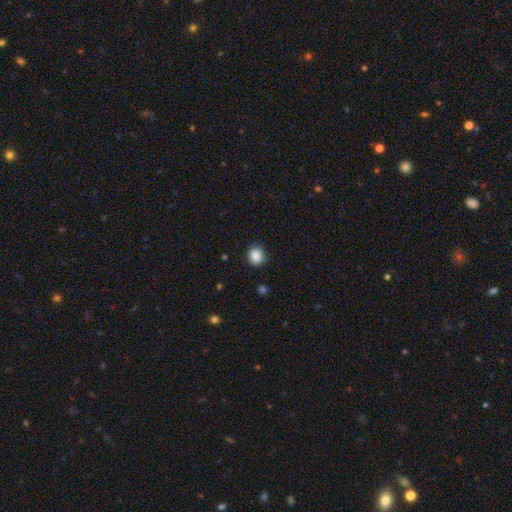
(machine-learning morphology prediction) smooth_or_featured: smooth (p=0.87) [alt: star or artifact p=0.09]
how_rounded: round (p=0.78) [alt: in between p=0.21]
merging: none (p=0.81) [alt: minor disturbance p=0.15]